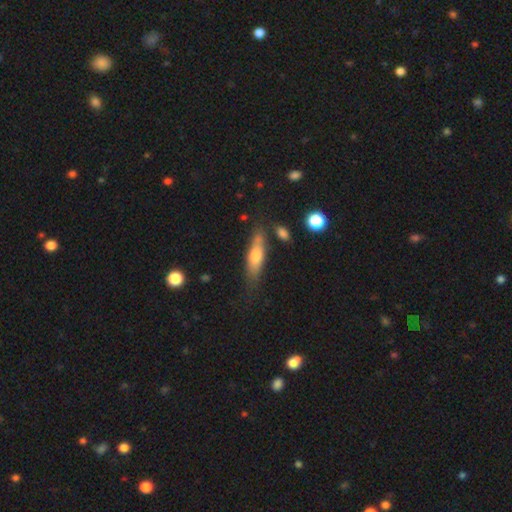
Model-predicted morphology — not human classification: smooth 66%, featured or disk 27%, star or artifact 7%. Down the decision tree: how rounded — cigar-shaped (52%); merging — none (65%).